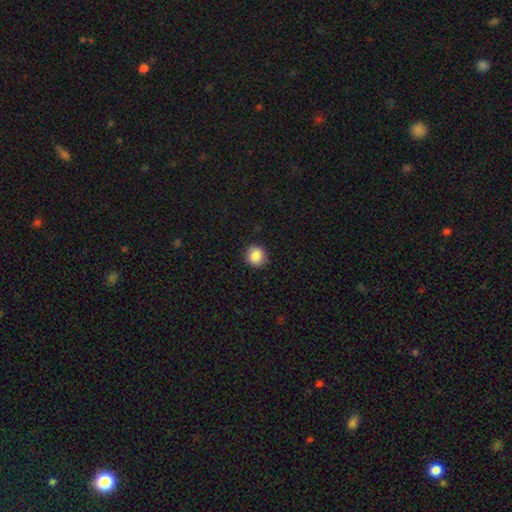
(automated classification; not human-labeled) This is clearly a smooth galaxy (88%). How rounded: clearly round (91%). Merging: clearly none (90%).